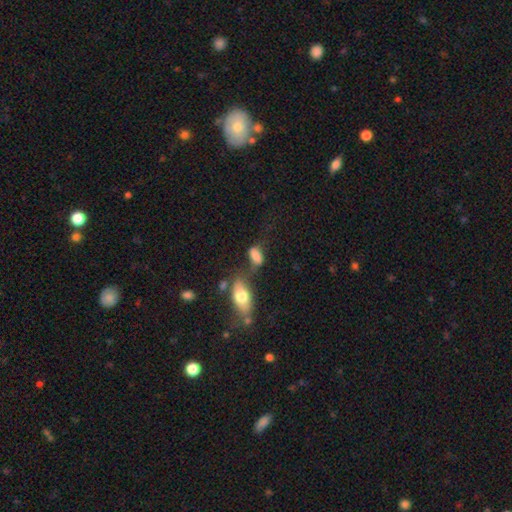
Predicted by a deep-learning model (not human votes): smooth_or_featured: smooth (p=0.74) [alt: featured or disk p=0.15]
how_rounded: in between (p=0.85) [alt: cigar-shaped p=0.08]
merging: none (p=0.38) [alt: merger p=0.24]